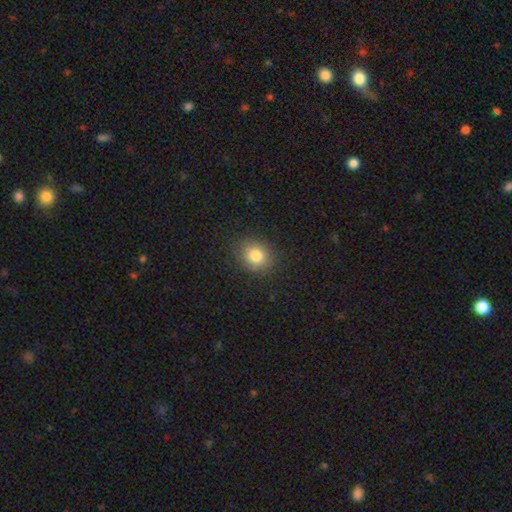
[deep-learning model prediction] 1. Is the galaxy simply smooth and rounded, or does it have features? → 81% smooth, 11% star or artifact, 8% featured or disk.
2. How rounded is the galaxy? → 66% round, 33% in between, 1% cigar-shaped.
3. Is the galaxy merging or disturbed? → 87% none, 9% minor disturbance, 3% major disturbance, 1% merger.